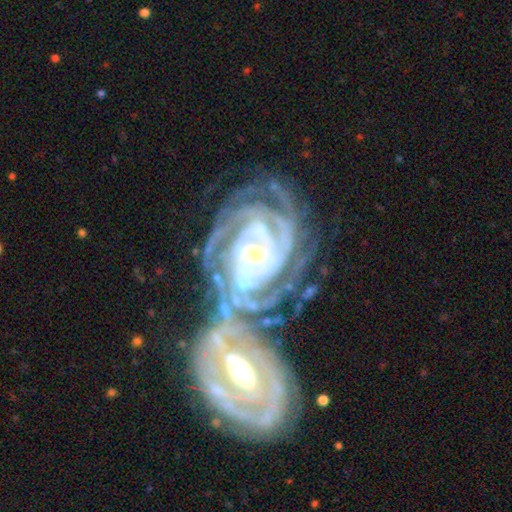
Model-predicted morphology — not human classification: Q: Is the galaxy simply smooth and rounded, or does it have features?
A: featured or disk — 91%.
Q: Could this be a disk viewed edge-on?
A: no — 97%.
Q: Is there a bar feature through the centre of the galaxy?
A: no — 52%.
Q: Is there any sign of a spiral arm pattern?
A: yes — 98%.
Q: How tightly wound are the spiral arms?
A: tight — 80%.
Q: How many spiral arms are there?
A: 3 — 22%.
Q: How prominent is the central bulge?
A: small — 73%.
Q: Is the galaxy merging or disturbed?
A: merger — 52%.